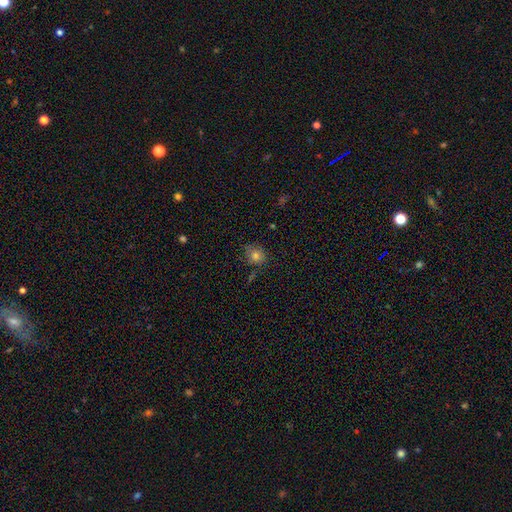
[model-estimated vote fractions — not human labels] Smooth or featured?
  - smooth: 76% *
  - star or artifact: 15%
  - featured or disk: 9%
How rounded?
  - round: 81% *
  - in between: 18%
  - cigar-shaped: 1%
Merging?
  - none: 73% *
  - minor disturbance: 19%
  - major disturbance: 5%
  - merger: 4%